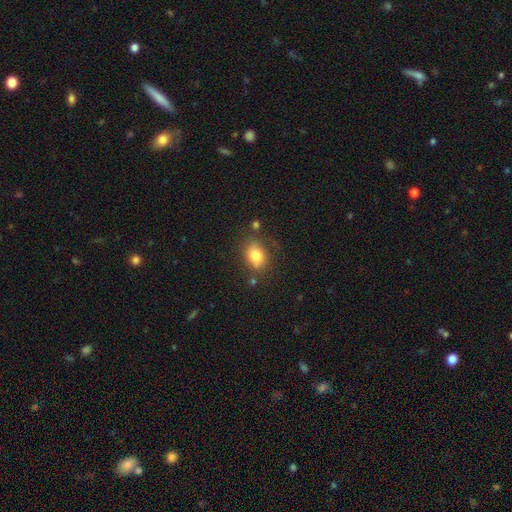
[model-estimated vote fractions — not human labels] Overall: smooth (78%). How rounded: in between (65%; round 33%). Merging: none (72%).